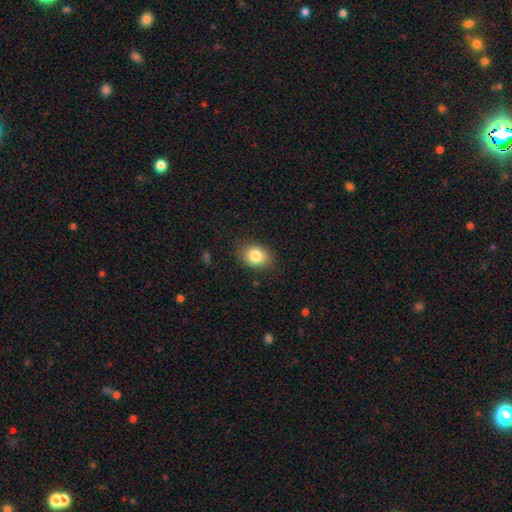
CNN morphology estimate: Smooth or featured? smooth (83%)
How rounded? in between (64%)
Merging? none (84%)